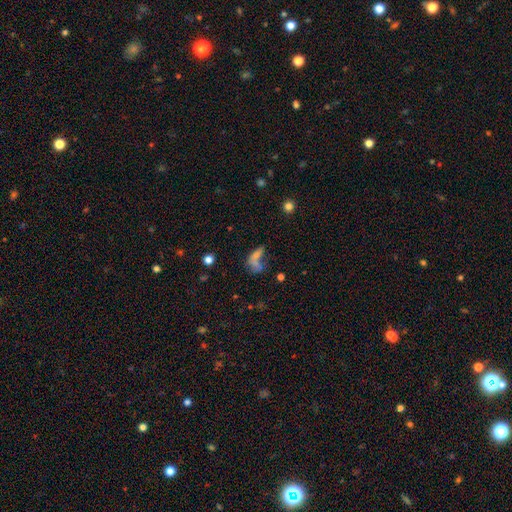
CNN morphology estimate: Smooth or featured? smooth (54%)
How rounded? in between (65%)
Merging? merger (35%)